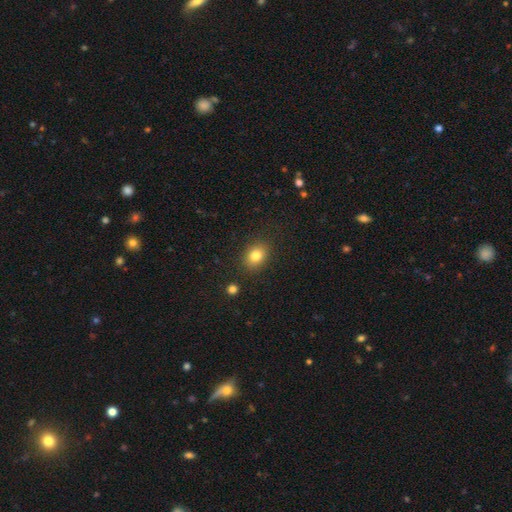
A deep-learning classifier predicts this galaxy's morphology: Q: Smooth or featured?
A: smooth (81%); runner-up: star or artifact (10%)
Q: How rounded?
A: in between (57%); runner-up: round (42%)
Q: Merging?
A: none (85%); runner-up: minor disturbance (10%)